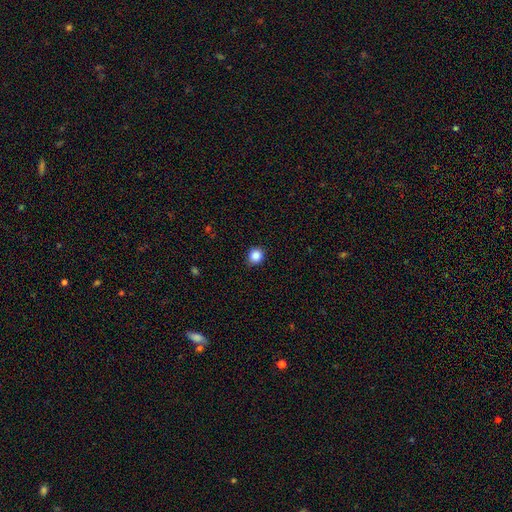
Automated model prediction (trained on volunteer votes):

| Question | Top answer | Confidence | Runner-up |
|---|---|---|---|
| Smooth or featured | smooth | 86% | star or artifact (10%) |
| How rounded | round | 86% | in between (13%) |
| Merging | none | 90% | minor disturbance (7%) |